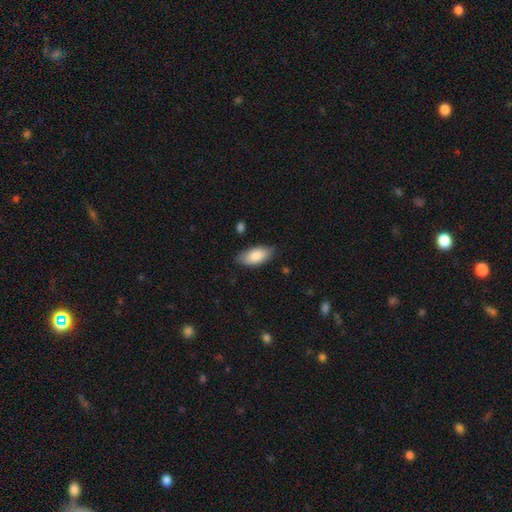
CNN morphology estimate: This is clearly a smooth galaxy (84%). How rounded: clearly in between (91%). Merging: clearly none (82%).